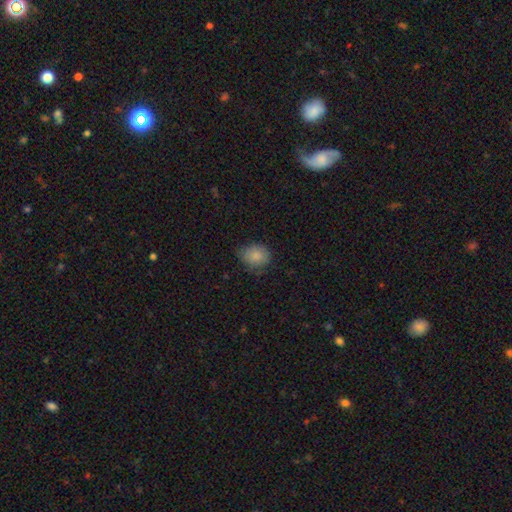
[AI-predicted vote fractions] Smooth or featured: smooth — 84% (star or artifact — 8%)
How rounded: round — 53% (in between — 47%)
Merging: none — 71% (minor disturbance — 23%)